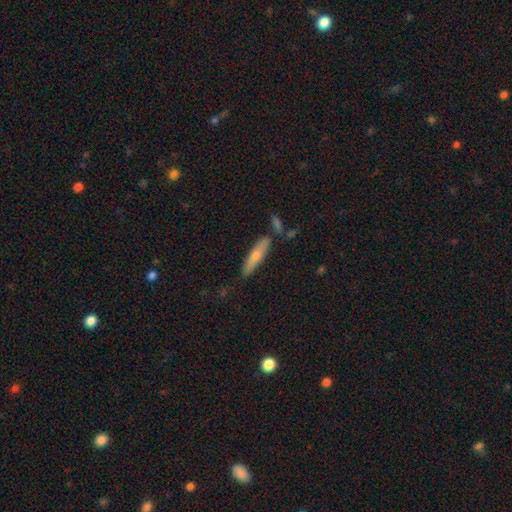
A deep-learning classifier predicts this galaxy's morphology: A smooth galaxy with no disk features (55%) that is cigar-shaped (81%).

Vote fractions:
- Smooth or featured? smooth: 55% / featured or disk: 38% / star or artifact: 7%
- How rounded? cigar-shaped: 81% / in between: 17% / round: 2%
- Merging? none: 76% / minor disturbance: 14% / merger: 7% / major disturbance: 3%